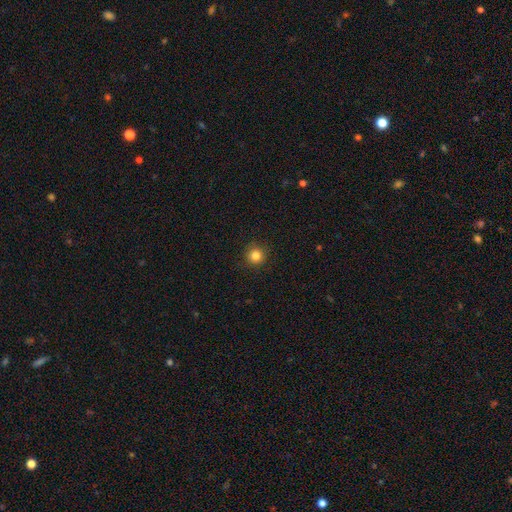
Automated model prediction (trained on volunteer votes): smooth_or_featured: smooth (p=0.83) [alt: star or artifact p=0.12]
how_rounded: round (p=0.95) [alt: in between p=0.04]
merging: none (p=0.91) [alt: minor disturbance p=0.06]